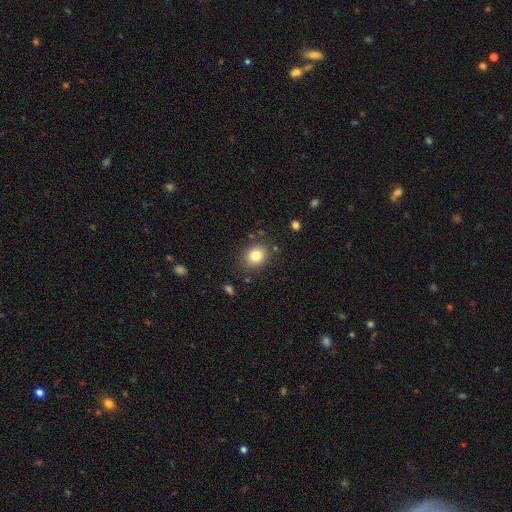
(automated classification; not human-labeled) Morphology: type=smooth (82%); roundness=round (59%); merging=none (84%).